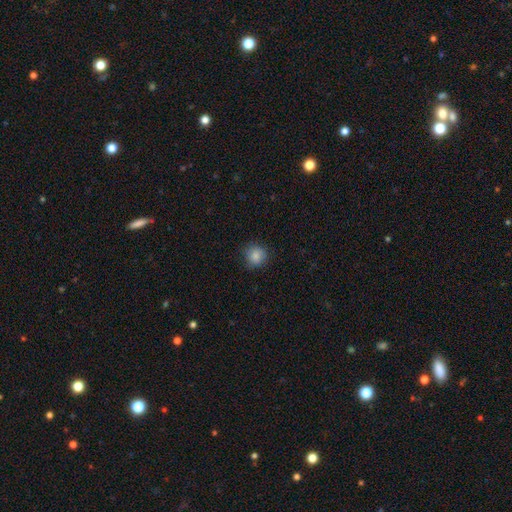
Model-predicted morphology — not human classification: This is clearly a smooth galaxy (85%). How rounded: clearly round (89%). Merging: clearly none (82%).